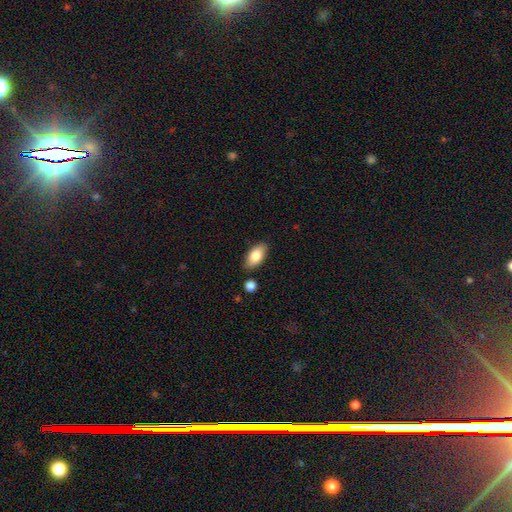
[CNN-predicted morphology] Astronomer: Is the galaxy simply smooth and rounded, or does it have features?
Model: smooth — 82%.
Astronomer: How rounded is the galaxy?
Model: in between — 92%.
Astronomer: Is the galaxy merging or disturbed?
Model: none — 85%.